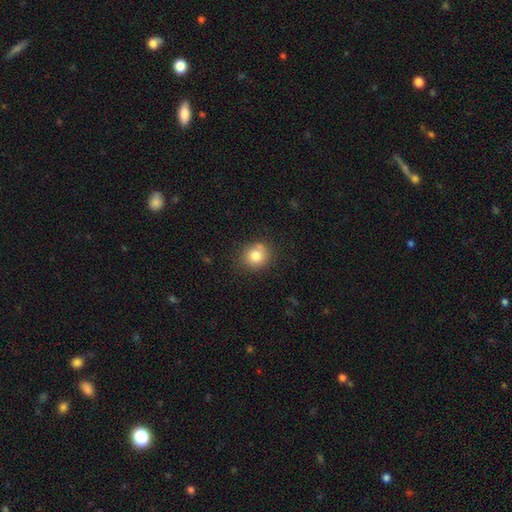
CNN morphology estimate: Smooth or featured?
  - smooth: 80% *
  - star or artifact: 11%
  - featured or disk: 9%
How rounded?
  - round: 81% *
  - in between: 18%
  - cigar-shaped: 1%
Merging?
  - none: 74% *
  - minor disturbance: 15%
  - merger: 7%
  - major disturbance: 4%